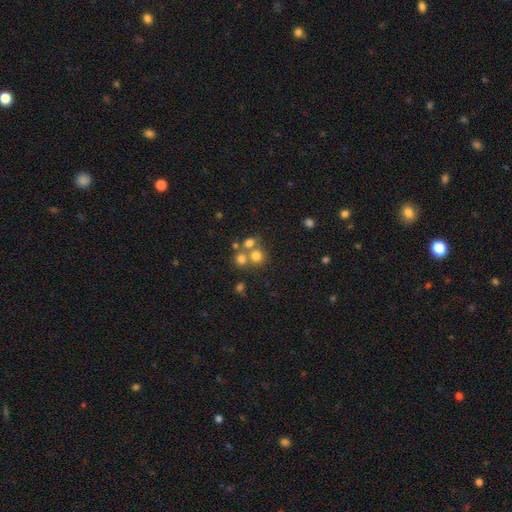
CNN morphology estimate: smooth_or_featured: smooth (p=0.69) [alt: star or artifact p=0.17]
how_rounded: round (p=0.84) [alt: in between p=0.15]
merging: none (p=0.46) [alt: merger p=0.42]